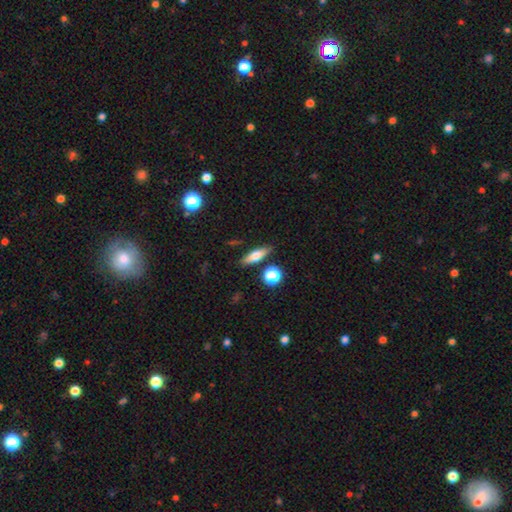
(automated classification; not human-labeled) Overall: smooth (62%; featured or disk 29%). How rounded: cigar-shaped (52%; in between 41%). Merging: none (84%).